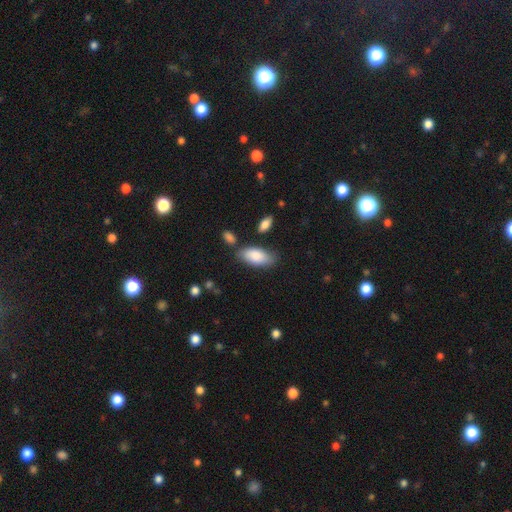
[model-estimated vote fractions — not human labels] Smooth or featured: smooth — 84% (featured or disk — 10%)
How rounded: in between — 90% (cigar-shaped — 8%)
Merging: none — 72% (minor disturbance — 17%)